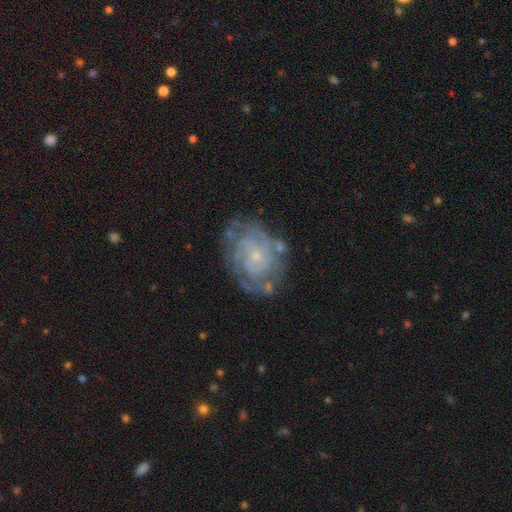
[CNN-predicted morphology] Smooth or featured? Predicted: featured or disk (p=0.80). Edge-on disk? Predicted: no (p=0.97). Bar? Predicted: no (p=0.76). Spiral arms? Predicted: yes (p=0.85). Spiral winding? Predicted: tight (p=0.66). Spiral arm count? Predicted: can't tell (p=0.46). Bulge size? Predicted: small (p=0.78). Merging? Predicted: none (p=0.66).